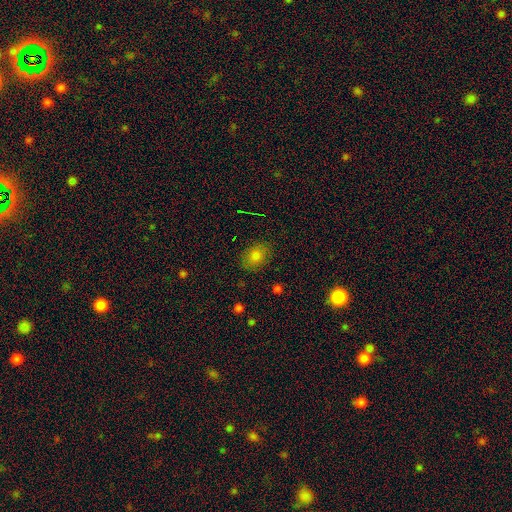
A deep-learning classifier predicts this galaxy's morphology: smooth 79%, star or artifact 13%, featured or disk 9%. Down the decision tree: how rounded — in between (56%); merging — none (82%).